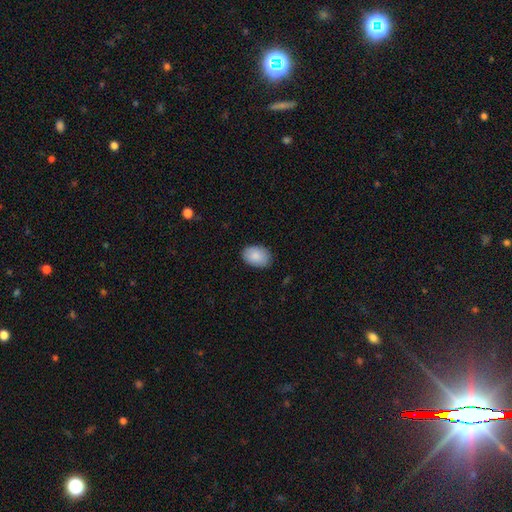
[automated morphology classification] Smooth or featured? Predicted: smooth (p=0.89). How rounded? Predicted: in between (p=0.83). Merging? Predicted: none (p=0.87).